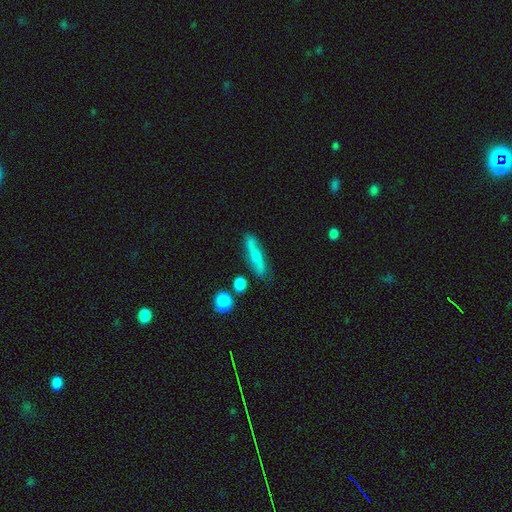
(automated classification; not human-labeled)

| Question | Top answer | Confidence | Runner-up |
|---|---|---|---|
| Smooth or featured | smooth | 48% | featured or disk (45%) |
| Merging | none | 75% | minor disturbance (17%) |